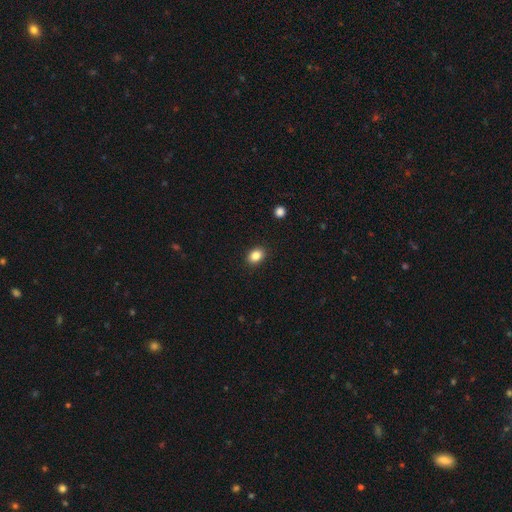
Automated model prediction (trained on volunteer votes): Morphology: type=smooth (85%); roundness=in between (61%); merging=none (90%).